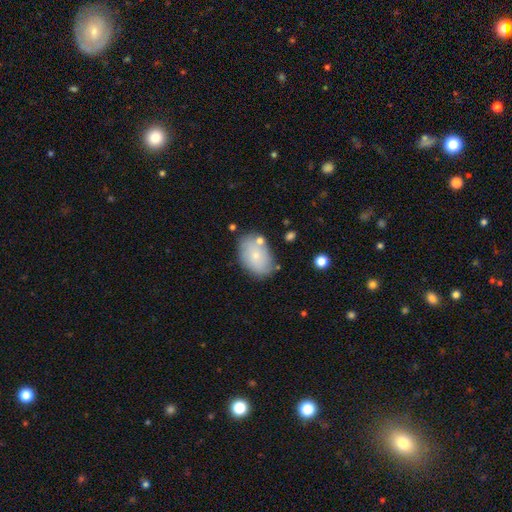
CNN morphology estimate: This is possibly a smooth galaxy (59%). How rounded: clearly in between (84%). Merging: likely none (72%).